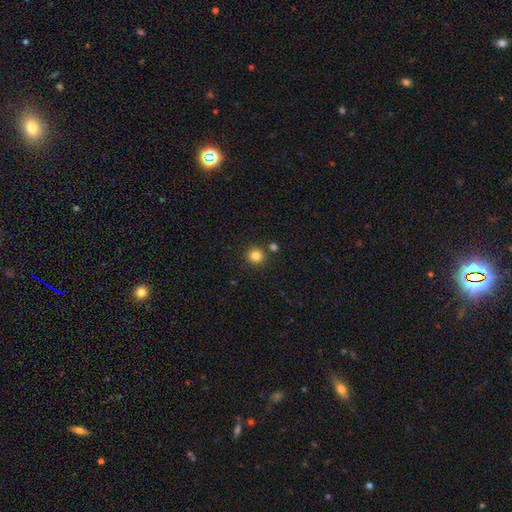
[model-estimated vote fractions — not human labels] Q: Smooth or featured?
A: smooth (84%); runner-up: star or artifact (12%)
Q: How rounded?
A: round (94%); runner-up: in between (5%)
Q: Merging?
A: none (84%); runner-up: merger (7%)